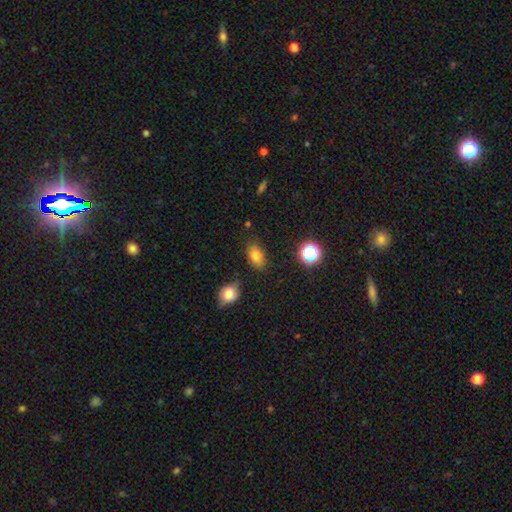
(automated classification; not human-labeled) smooth_or_featured: smooth (p=0.80) [alt: star or artifact p=0.13]
how_rounded: in between (p=0.86) [alt: round p=0.12]
merging: none (p=0.78) [alt: minor disturbance p=0.15]